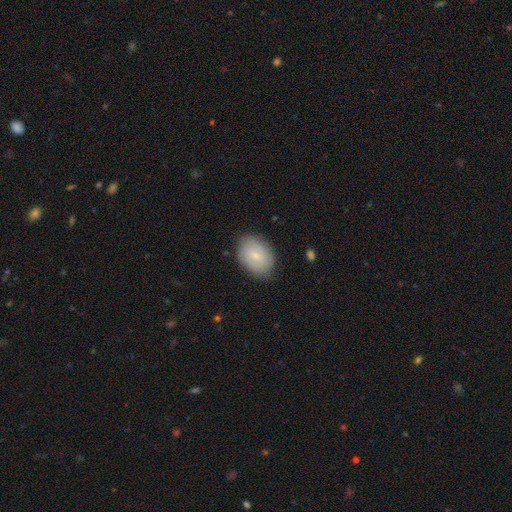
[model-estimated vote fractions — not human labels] Smooth or featured: smooth — 63% (featured or disk — 30%)
How rounded: in between — 79% (round — 20%)
Merging: none — 79% (minor disturbance — 16%)